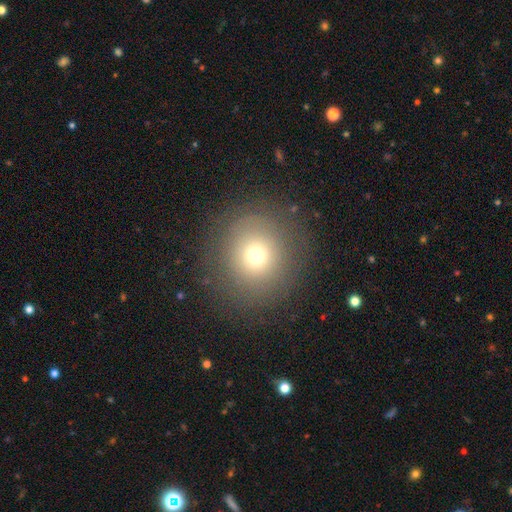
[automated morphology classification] This appears to be a smooth galaxy with no disk features (68%) that is round (91%). Merging: none (84%).